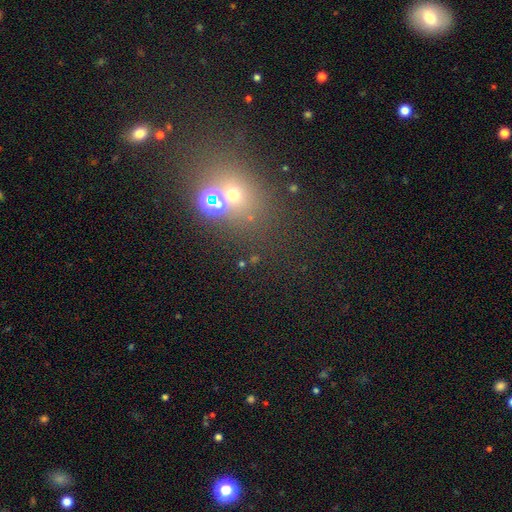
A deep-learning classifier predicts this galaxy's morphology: Smooth or featured: star or artifact — 45% (smooth — 39%)